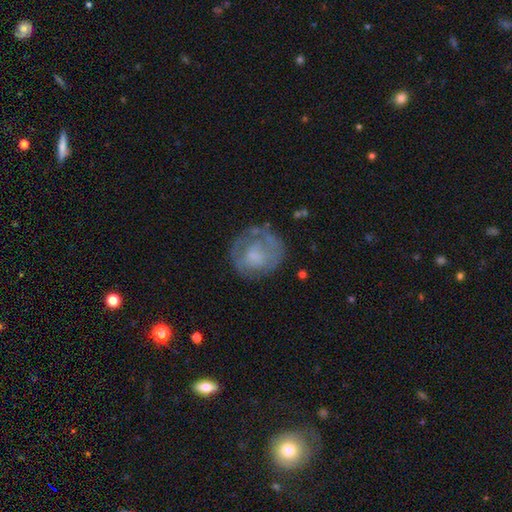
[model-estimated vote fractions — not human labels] A featured or disk galaxy (48%).

Vote fractions:
- Smooth or featured? featured or disk: 48% / smooth: 44% / star or artifact: 8%
- Merging? none: 62% / minor disturbance: 21% / major disturbance: 15% / merger: 2%